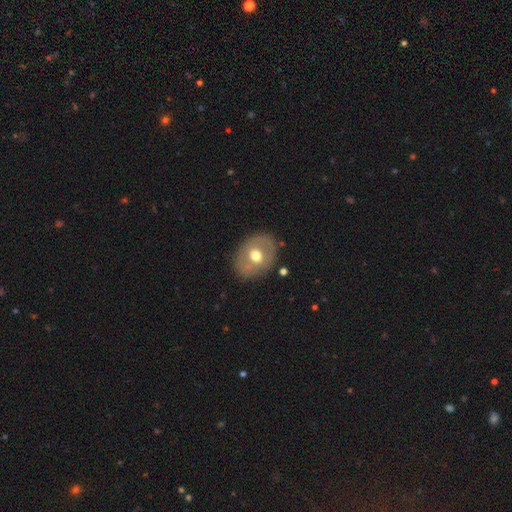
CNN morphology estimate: Smooth or featured? Predicted: smooth (p=0.50). How rounded? Predicted: in between (p=0.57). Merging? Predicted: none (p=0.81).